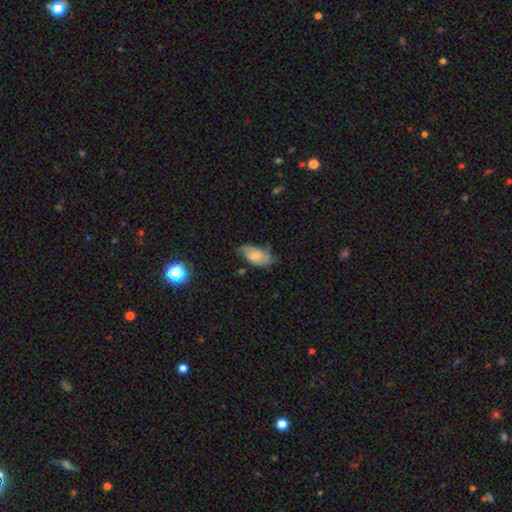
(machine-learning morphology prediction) This appears to be a smooth galaxy with no disk features (54%) that is in between round and cigar-shaped (92%). Merging: none (40%).